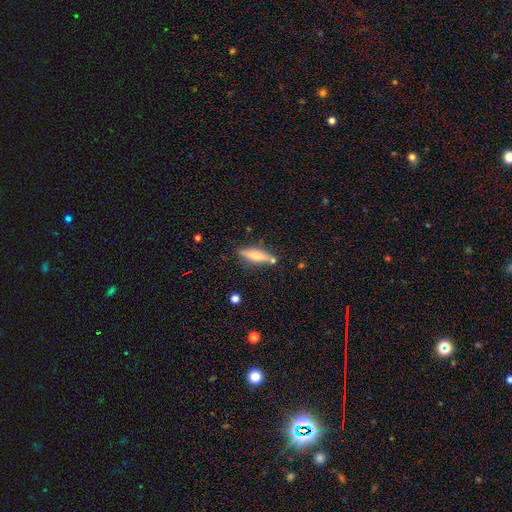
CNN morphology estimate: type=smooth (61%); roundness=cigar-shaped (69%); merging=none (74%).